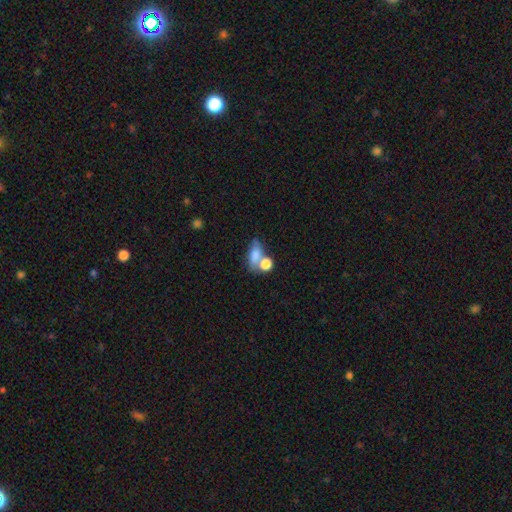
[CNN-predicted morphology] Smooth or featured? Predicted: smooth (p=0.71). How rounded? Predicted: in between (p=0.76). Merging? Predicted: merger (p=0.42).